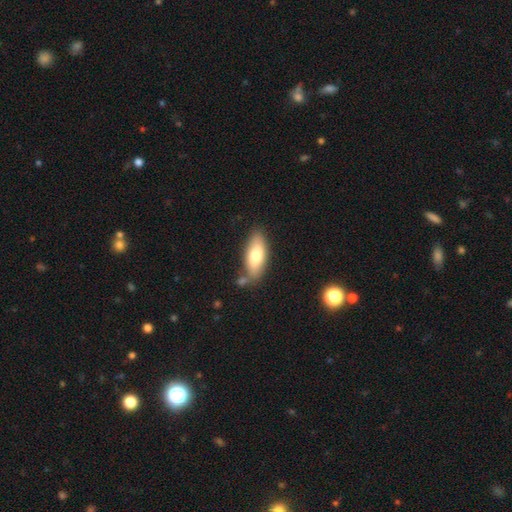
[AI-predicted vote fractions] Smooth or featured? Predicted: smooth (p=0.74). How rounded? Predicted: in between (p=0.79). Merging? Predicted: none (p=0.69).